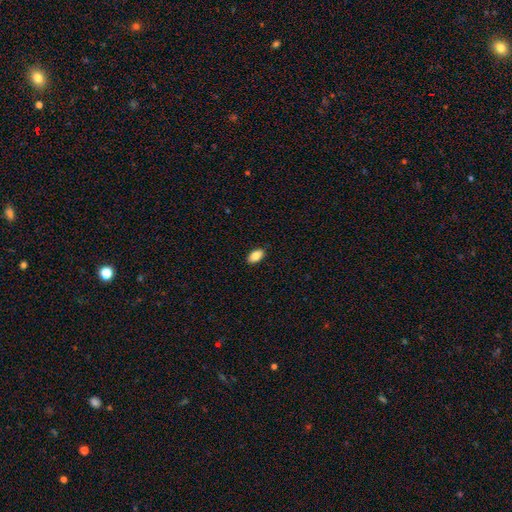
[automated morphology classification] smooth 84%, featured or disk 8%, star or artifact 7%. Down the decision tree: how rounded — in between (93%); merging — none (89%).